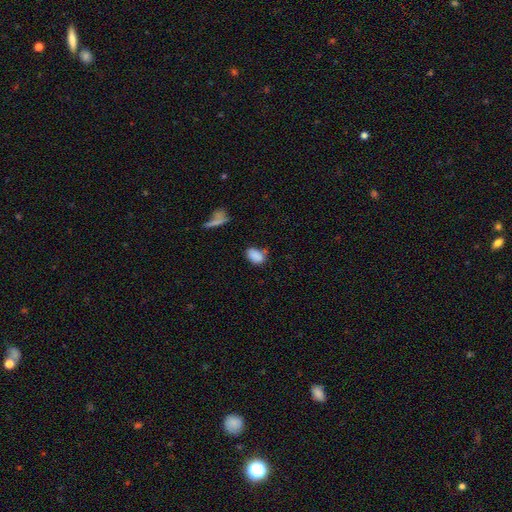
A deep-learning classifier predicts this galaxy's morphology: A smooth galaxy with no disk features (85%) that is in between round and cigar-shaped (85%).

Vote fractions:
- Smooth or featured? smooth: 85% / star or artifact: 9% / featured or disk: 5%
- How rounded? in between: 85% / round: 13% / cigar-shaped: 2%
- Merging? none: 64% / minor disturbance: 22% / merger: 8% / major disturbance: 6%